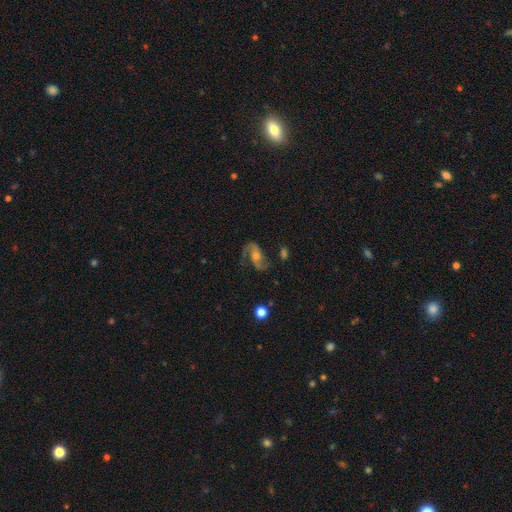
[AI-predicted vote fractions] This appears to be a featured or disk galaxy (83%) with no bar (54%), 2 (89%) medium (46%) spiral arms (95%) and a moderate central bulge (56%). Merging: none (68%).